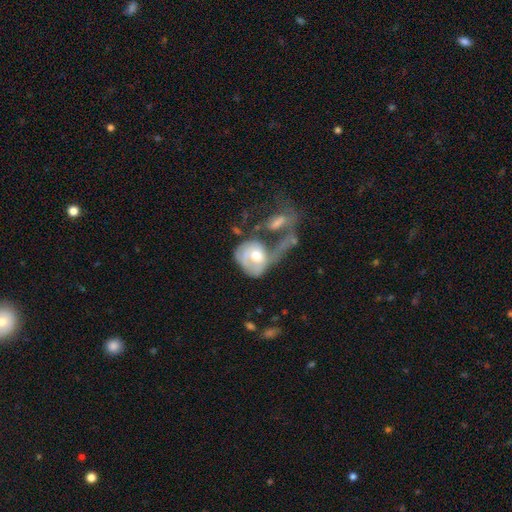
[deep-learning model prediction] smooth_or_featured: featured or disk (p=0.55) [alt: smooth p=0.39]
disk_edge_on: no (p=0.95) [alt: yes p=0.05]
bar: no (p=0.77) [alt: weak p=0.19]
has_spiral_arms: yes (p=0.52) [alt: no p=0.48]
bulge_size: moderate (p=0.71) [alt: large p=0.15]
merging: merger (p=0.41) [alt: major disturbance p=0.38]